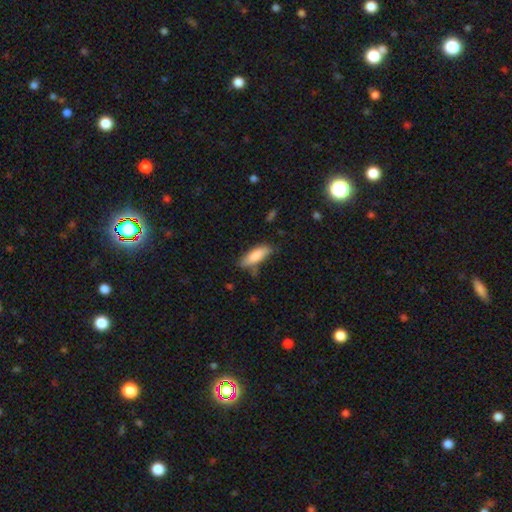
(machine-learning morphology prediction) type=smooth (81%); roundness=in between (56%); merging=none (67%).